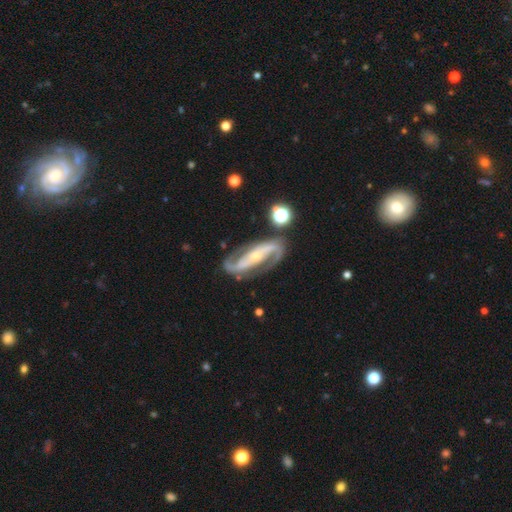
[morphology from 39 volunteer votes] Overall: featured or disk (95%). Edge-on disk: no (95%). Bar: strong (40%; weak 31%). Spiral arms: yes (97%). Spiral arm count: 2 (97%). Spiral winding: tight (50%; medium 32%). Bulge size: small (66%; moderate 31%). Merging: none (85%).